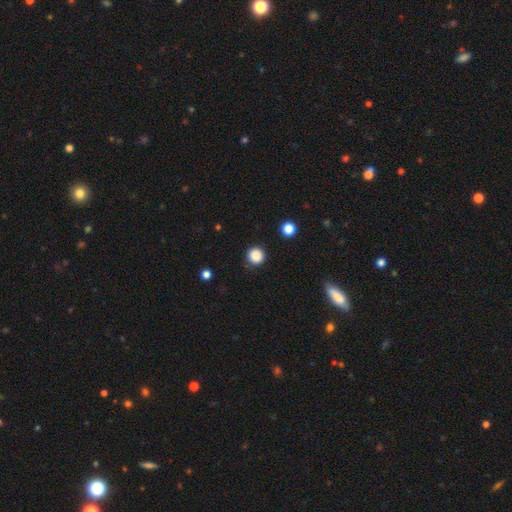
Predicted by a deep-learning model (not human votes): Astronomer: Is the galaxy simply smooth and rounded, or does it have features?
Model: smooth — 86%.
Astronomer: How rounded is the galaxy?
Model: round — 95%.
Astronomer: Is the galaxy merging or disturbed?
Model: none — 90%.